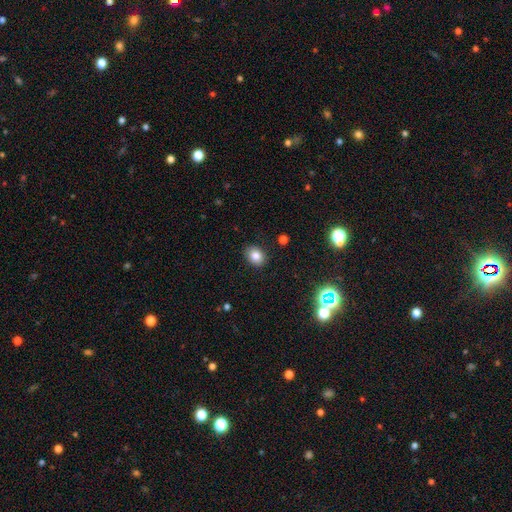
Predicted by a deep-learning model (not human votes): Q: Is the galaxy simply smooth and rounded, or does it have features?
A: smooth — 82%.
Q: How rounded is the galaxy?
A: in between — 55%.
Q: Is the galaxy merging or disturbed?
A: none — 88%.